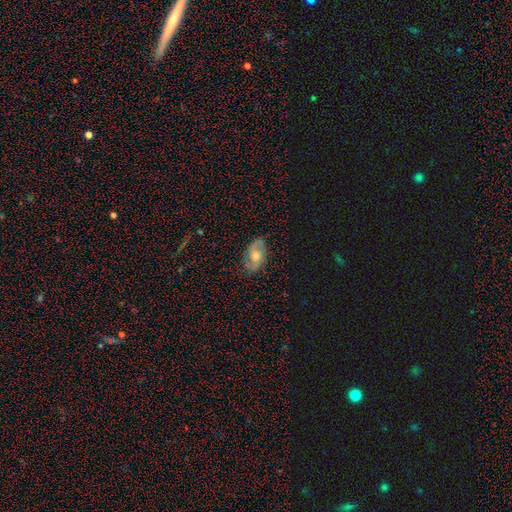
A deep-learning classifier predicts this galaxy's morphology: featured or disk 70%, smooth 19%, star or artifact 10%. Down the decision tree: edge-on disk — no (95%); bar — no (70%); spiral arms — yes (91%); spiral arm count — 2 (79%); spiral winding — medium (46%); bulge size — moderate (65%); merging — none (79%).